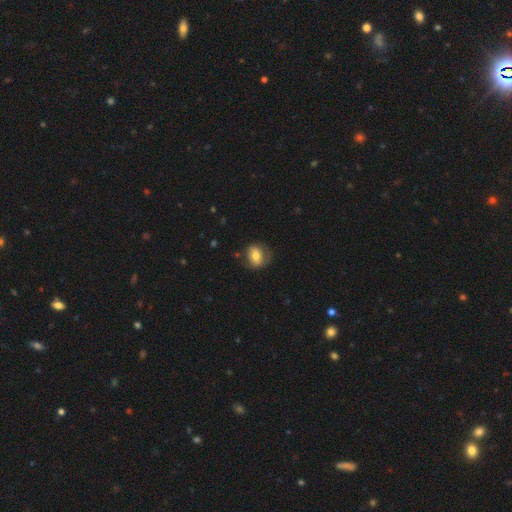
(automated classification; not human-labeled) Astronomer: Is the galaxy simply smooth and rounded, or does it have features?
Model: smooth — 70%.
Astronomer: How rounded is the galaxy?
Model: round — 51% (runner-up: in between, 47%).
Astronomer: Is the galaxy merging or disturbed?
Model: none — 66%.